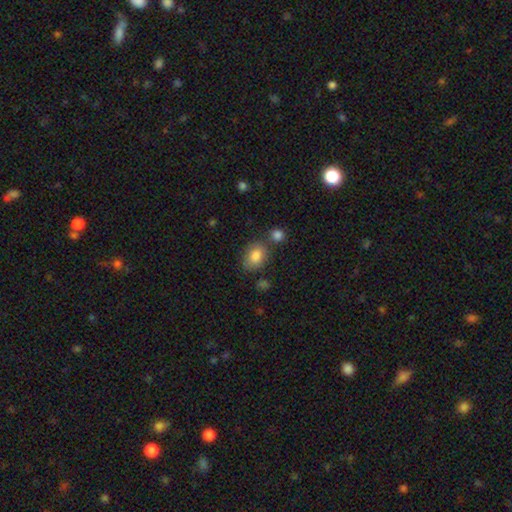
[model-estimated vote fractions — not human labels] Smooth or featured: smooth — 84% (star or artifact — 8%)
How rounded: in between — 62% (round — 37%)
Merging: none — 68% (minor disturbance — 16%)